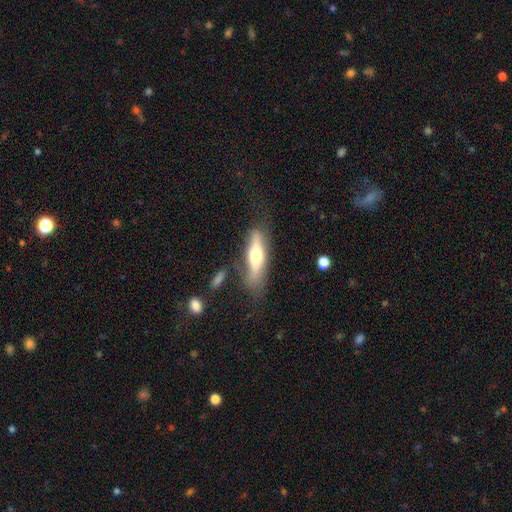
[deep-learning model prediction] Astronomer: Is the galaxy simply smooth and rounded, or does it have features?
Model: smooth — 48% (runner-up: featured or disk, 46%).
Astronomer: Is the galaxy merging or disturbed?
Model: none — 64%.